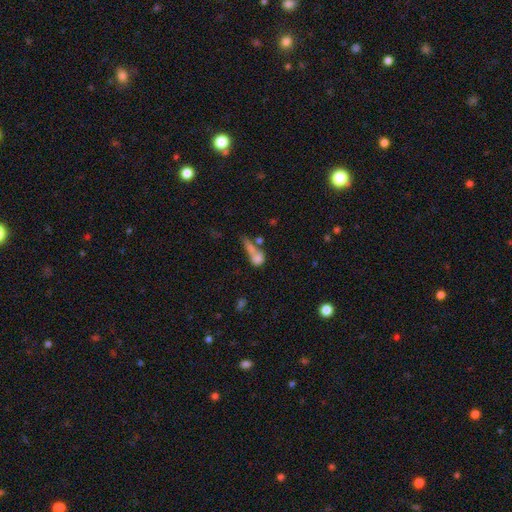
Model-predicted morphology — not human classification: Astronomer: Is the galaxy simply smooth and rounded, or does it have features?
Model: smooth — 66%.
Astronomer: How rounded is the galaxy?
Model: in between — 51% (runner-up: round, 30%).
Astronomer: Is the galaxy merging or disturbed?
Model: merger — 53%.